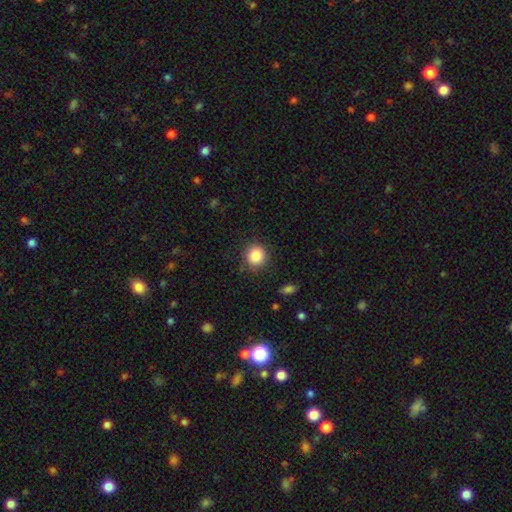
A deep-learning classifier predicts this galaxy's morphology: This appears to be a smooth galaxy with no disk features (85%) that is round (88%). Merging: none (85%).